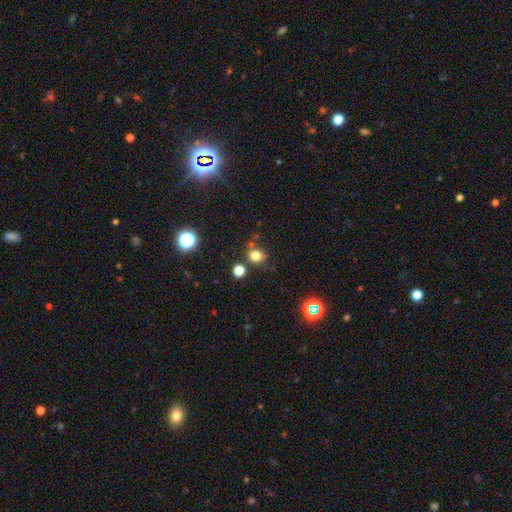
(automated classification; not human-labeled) smooth_or_featured: smooth (p=0.77) [alt: star or artifact p=0.16]
how_rounded: round (p=0.69) [alt: in between p=0.30]
merging: none (p=0.68) [alt: minor disturbance p=0.16]